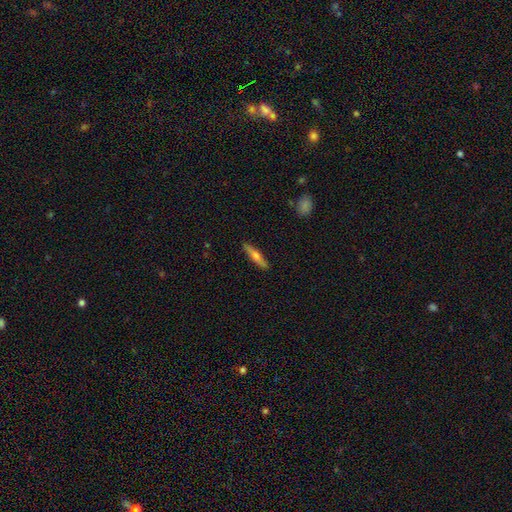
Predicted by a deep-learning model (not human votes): smooth-or-featured: smooth: 49% | featured or disk: 44% | star or artifact: 6%
  merging: none: 89% | minor disturbance: 8% | major disturbance: 2% | merger: 1%